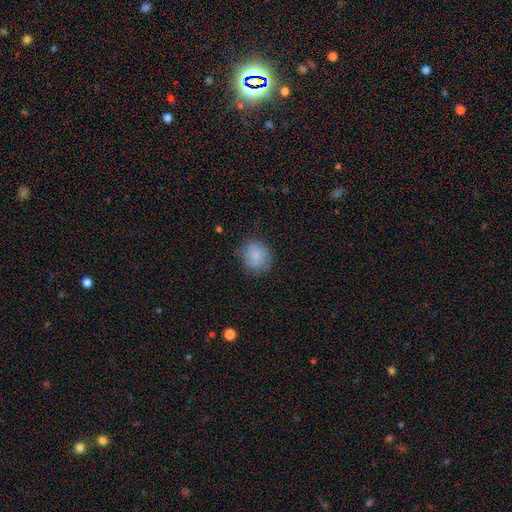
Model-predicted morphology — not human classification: type=smooth (80%); roundness=round (82%); merging=none (77%).